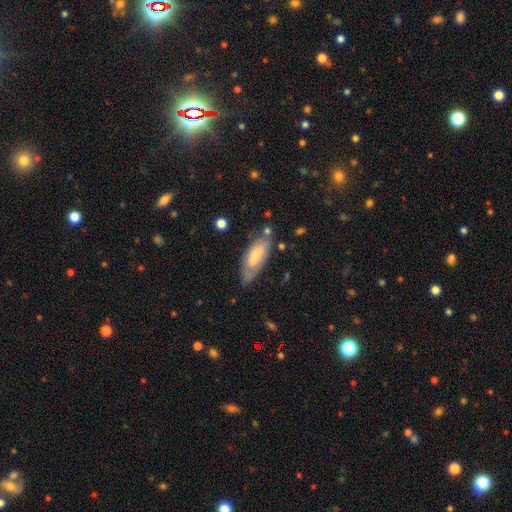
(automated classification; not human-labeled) Smooth or featured?
  - smooth: 53% *
  - featured or disk: 41%
  - star or artifact: 6%
How rounded?
  - in between: 77% *
  - cigar-shaped: 21%
  - round: 2%
Merging?
  - none: 61% *
  - minor disturbance: 26%
  - major disturbance: 9%
  - merger: 5%